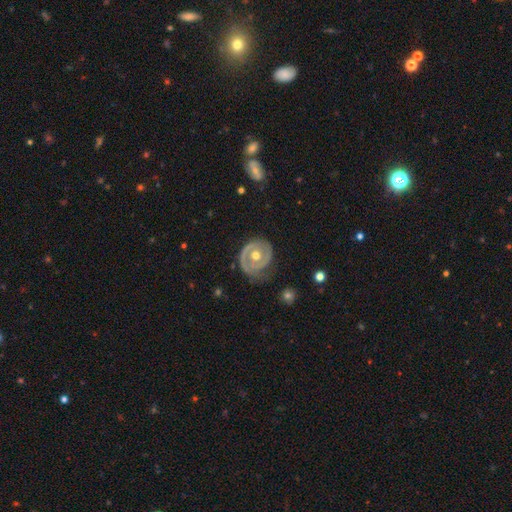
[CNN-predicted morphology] type=featured or disk (78%); edge-on=no (97%); bar=no (73%); spiral arms=yes (73%); winding=tight (59%); arm count=2 (47%); bulge=moderate (79%); merging=none (64%).